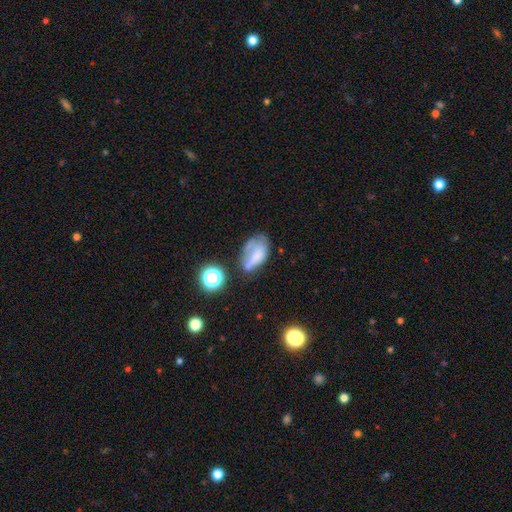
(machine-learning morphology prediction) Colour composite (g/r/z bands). It shows a smooth galaxy with no disk features (53%) that is in between round and cigar-shaped (86%). Merging: none (32%).